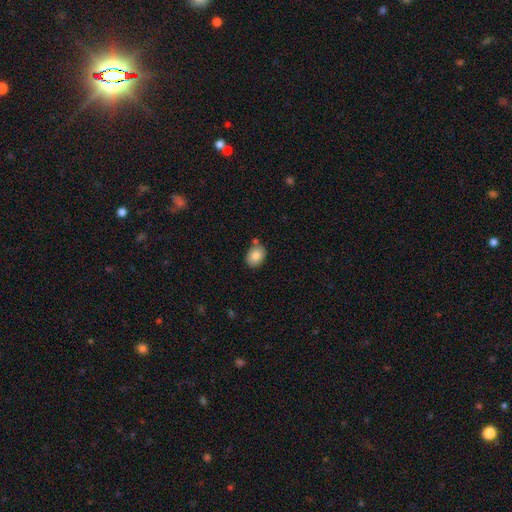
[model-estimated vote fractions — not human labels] smooth-or-featured: smooth: 83% | featured or disk: 9% | star or artifact: 8%
  how-rounded: in between: 62% | round: 37% | cigar-shaped: 1%
  merging: none: 75% | minor disturbance: 14% | merger: 9% | major disturbance: 3%